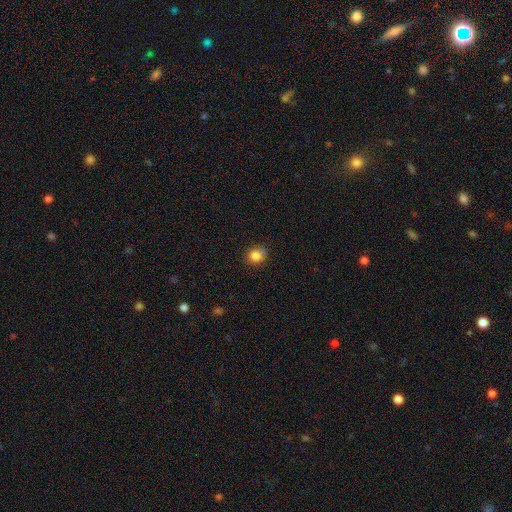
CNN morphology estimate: Q: Smooth or featured?
A: smooth (85%); runner-up: star or artifact (11%)
Q: How rounded?
A: round (74%); runner-up: in between (25%)
Q: Merging?
A: none (85%); runner-up: minor disturbance (12%)